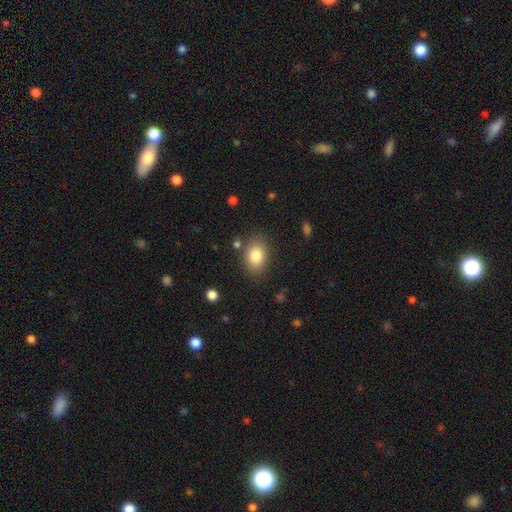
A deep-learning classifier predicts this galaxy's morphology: A smooth galaxy with no disk features (83%) that is in between round and cigar-shaped (72%).

Vote fractions:
- Smooth or featured? smooth: 83% / star or artifact: 9% / featured or disk: 9%
- How rounded? in between: 72% / round: 27% / cigar-shaped: 1%
- Merging? none: 81% / minor disturbance: 12% / major disturbance: 4% / merger: 3%